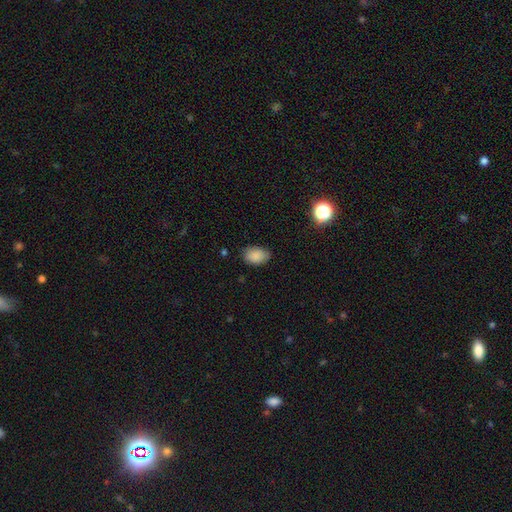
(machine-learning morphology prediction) type=smooth (87%); roundness=in between (86%); merging=none (80%).